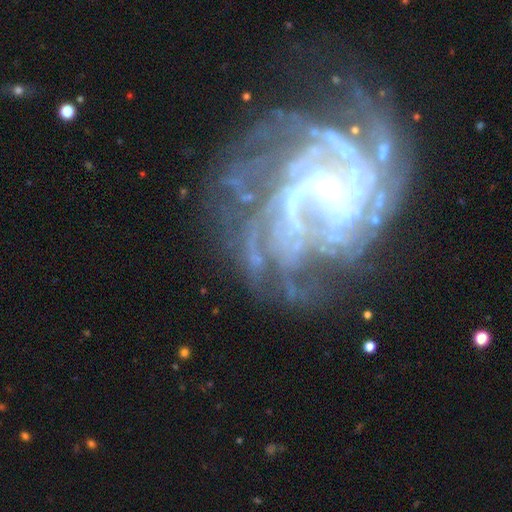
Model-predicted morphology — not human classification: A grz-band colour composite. It shows a featured or disk galaxy (76%) with no bar (54%), tight (42%) spiral arms (78%) and a small central bulge (60%). Merging: none (44%).